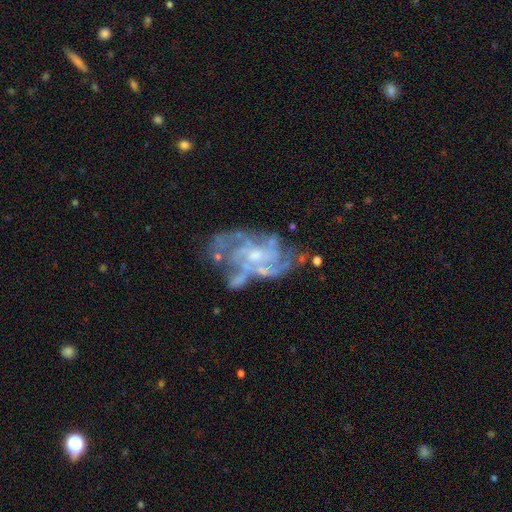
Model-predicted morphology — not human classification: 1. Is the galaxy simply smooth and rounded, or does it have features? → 84% featured or disk, 8% smooth, 8% star or artifact.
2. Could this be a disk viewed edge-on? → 97% no, 3% yes.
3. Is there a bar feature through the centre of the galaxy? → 67% no, 28% weak, 6% strong.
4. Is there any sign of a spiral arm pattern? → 84% yes, 16% no.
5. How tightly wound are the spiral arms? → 43% tight, 40% medium, 17% loose.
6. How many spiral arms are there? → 35% can't tell, 21% 4, 18% 3, 11% 2, 9% more than 4, 6% 1.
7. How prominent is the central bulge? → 52% small, 37% moderate, 8% none, 2% large, 1% dominant.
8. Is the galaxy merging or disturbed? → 52% none, 21% minor disturbance, 19% major disturbance, 8% merger.